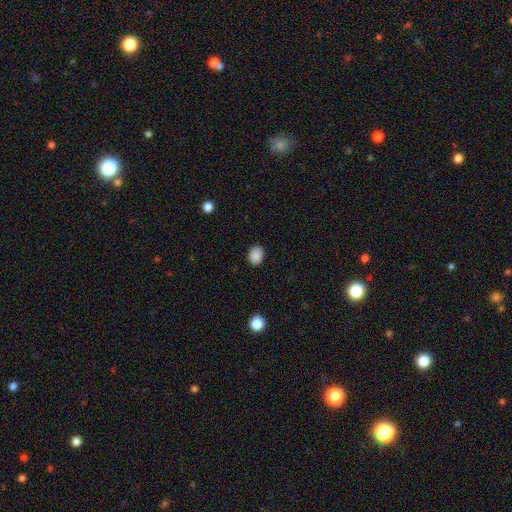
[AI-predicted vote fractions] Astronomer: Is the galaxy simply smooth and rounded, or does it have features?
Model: smooth — 88%.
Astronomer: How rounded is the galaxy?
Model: in between — 58% (runner-up: round, 41%).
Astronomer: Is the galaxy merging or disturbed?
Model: none — 87%.